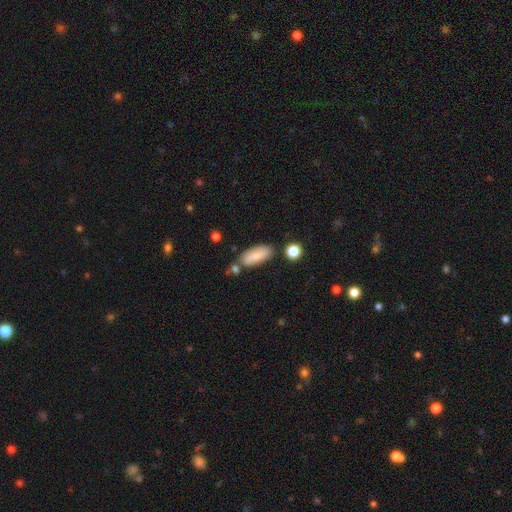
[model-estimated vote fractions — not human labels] Morphology: type=smooth (80%); roundness=in between (73%); merging=none (70%).